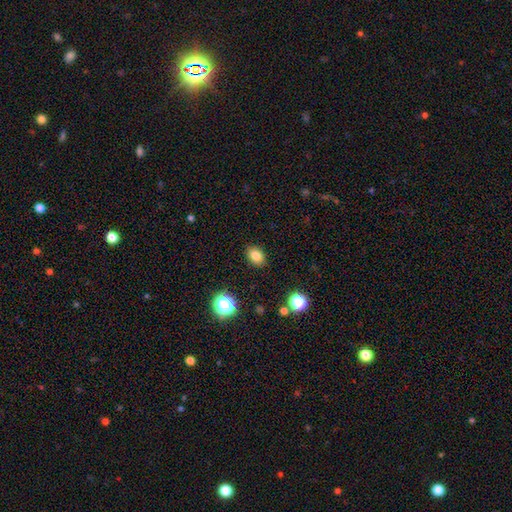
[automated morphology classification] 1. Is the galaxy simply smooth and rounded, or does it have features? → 82% smooth, 12% star or artifact, 6% featured or disk.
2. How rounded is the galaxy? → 73% in between, 26% round, 1% cigar-shaped.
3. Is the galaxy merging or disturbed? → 88% none, 8% minor disturbance, 2% major disturbance, 1% merger.